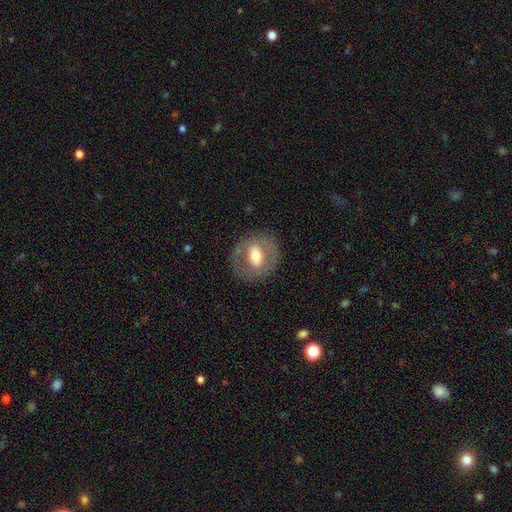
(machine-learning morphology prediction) smooth 47%, featured or disk 46%, star or artifact 7%. Down the decision tree: merging — none (80%).